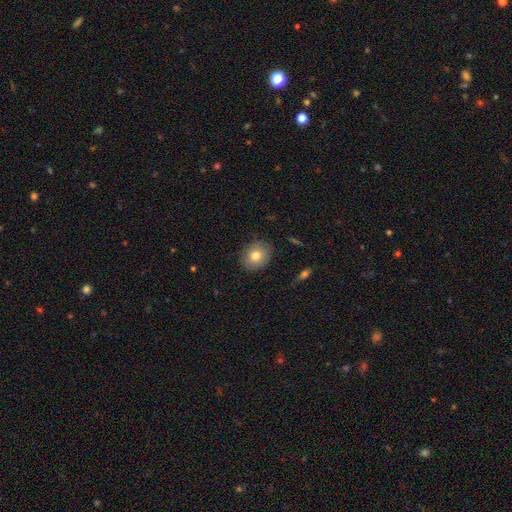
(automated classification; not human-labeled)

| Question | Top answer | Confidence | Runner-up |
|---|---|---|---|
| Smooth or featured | smooth | 78% | featured or disk (12%) |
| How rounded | round | 62% | in between (37%) |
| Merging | none | 86% | minor disturbance (11%) |